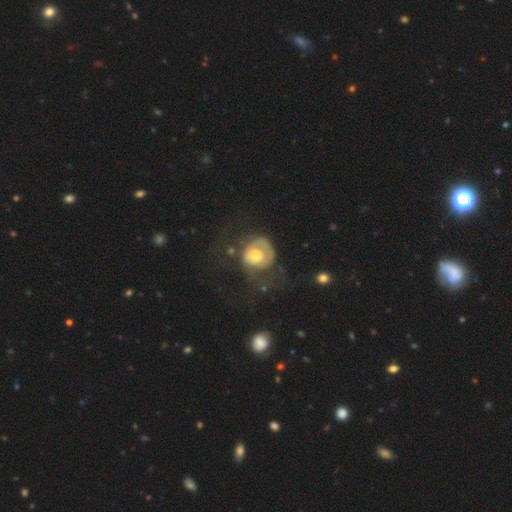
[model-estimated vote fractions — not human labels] Smooth or featured?
  - featured or disk: 49% *
  - smooth: 44%
  - star or artifact: 7%
Merging?
  - major disturbance: 41% *
  - none: 35%
  - minor disturbance: 20%
  - merger: 4%